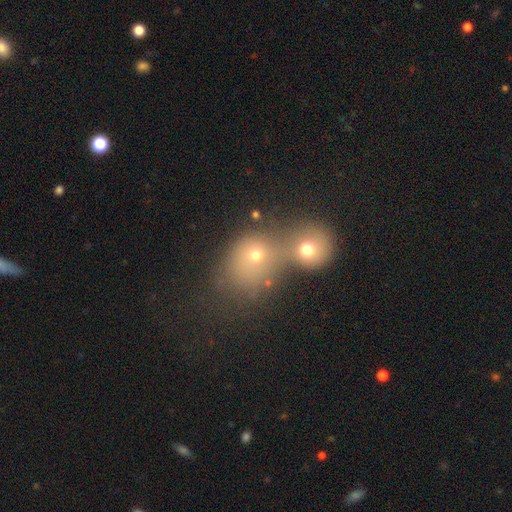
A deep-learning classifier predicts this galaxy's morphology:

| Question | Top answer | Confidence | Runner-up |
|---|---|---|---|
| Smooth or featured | smooth | 50% | star or artifact (32%) |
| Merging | merger | 53% | none (36%) |